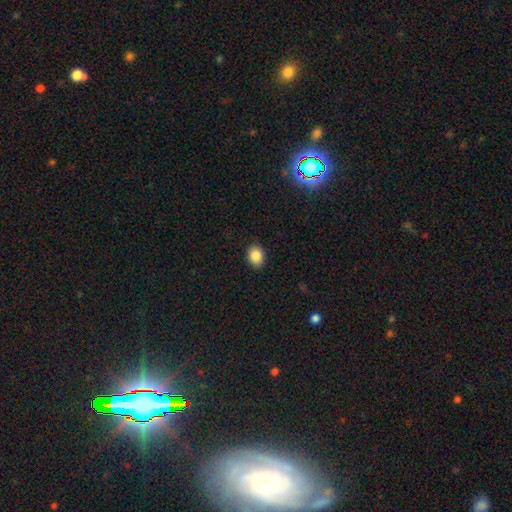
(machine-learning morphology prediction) This appears to be a smooth galaxy with no disk features (87%) that is in between round and cigar-shaped (58%). Merging: none (90%).